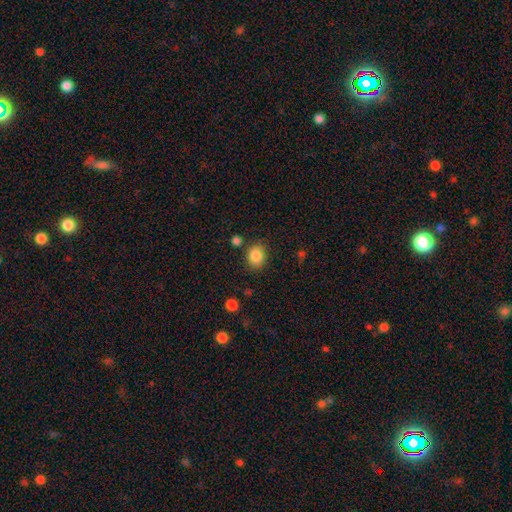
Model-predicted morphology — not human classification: Q: Smooth or featured?
A: smooth (85%); runner-up: star or artifact (10%)
Q: How rounded?
A: round (64%); runner-up: in between (35%)
Q: Merging?
A: none (81%); runner-up: minor disturbance (11%)